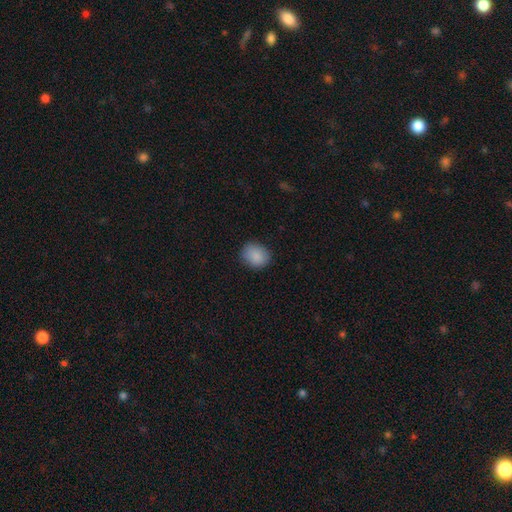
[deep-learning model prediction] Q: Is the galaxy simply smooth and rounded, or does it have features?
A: smooth — 88%.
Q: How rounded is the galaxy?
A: round — 61%.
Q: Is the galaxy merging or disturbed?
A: none — 86%.